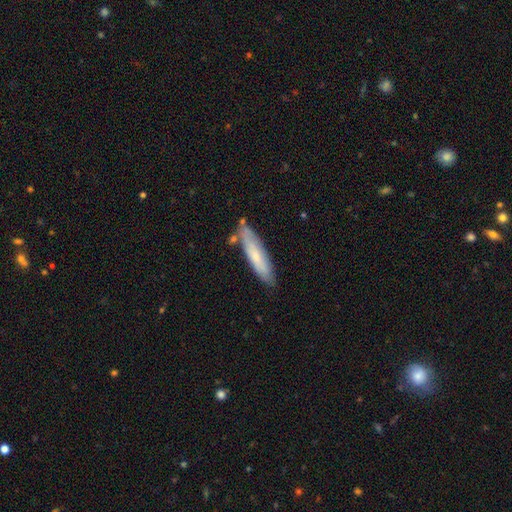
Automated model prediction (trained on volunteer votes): Smooth or featured: smooth — 62% (featured or disk — 32%)
How rounded: cigar-shaped — 79% (in between — 19%)
Merging: none — 76% (minor disturbance — 16%)